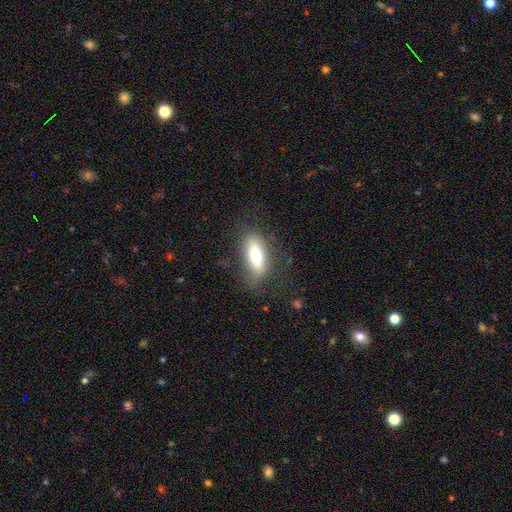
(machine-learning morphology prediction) smooth 66%, featured or disk 27%, star or artifact 7%. Down the decision tree: how rounded — in between (65%); merging — none (76%).